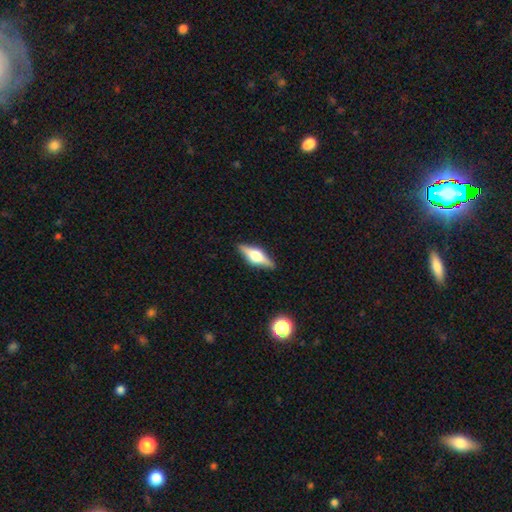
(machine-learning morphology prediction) Overall: featured or disk (64%; smooth 29%). Edge-on disk: yes (96%). Edge-on bulge: rounded (90%). Merging: none (88%).